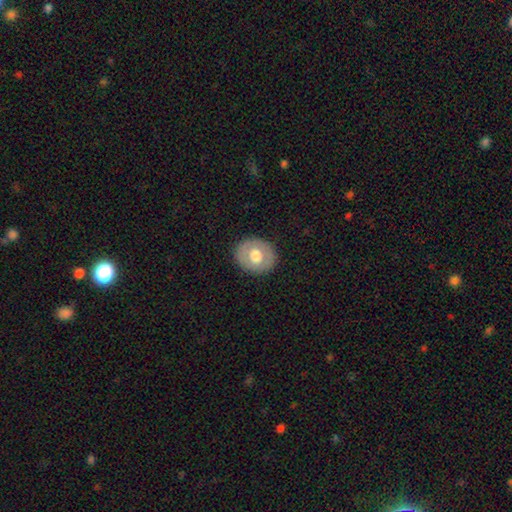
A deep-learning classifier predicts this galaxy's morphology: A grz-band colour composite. It shows a smooth galaxy with no disk features (60%) that is round (74%). Merging: none (87%).